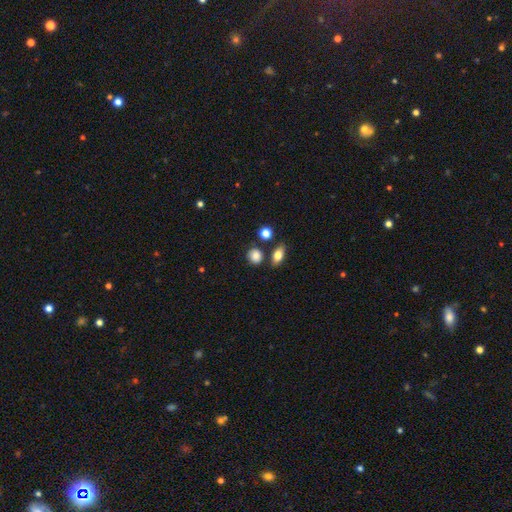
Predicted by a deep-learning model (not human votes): The model was most divided on "how rounded": round: 71%, in between: 28%, cigar-shaped: 2%. More confident: smooth or featured — smooth (84%); merging — none (76%).